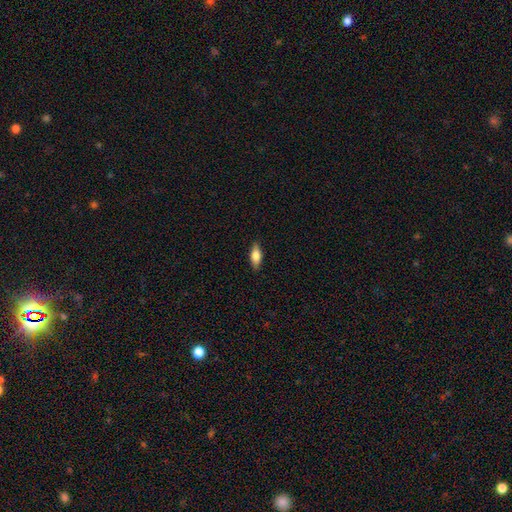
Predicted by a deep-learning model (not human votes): smooth_or_featured: smooth (p=0.74) [alt: featured or disk p=0.19]
how_rounded: in between (p=0.75) [alt: cigar-shaped p=0.22]
merging: none (p=0.87) [alt: minor disturbance p=0.10]